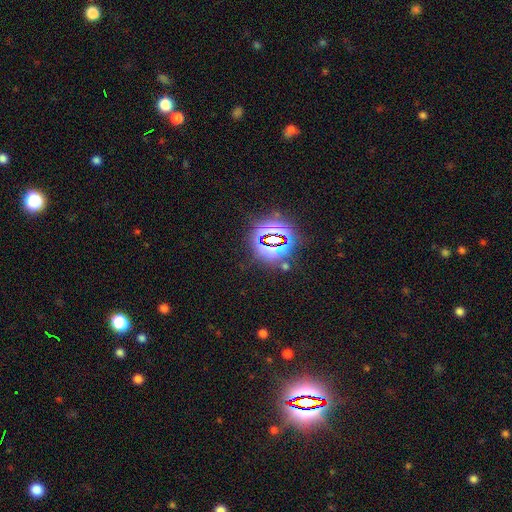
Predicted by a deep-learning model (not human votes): A star or artifact, not a galaxy (82%).